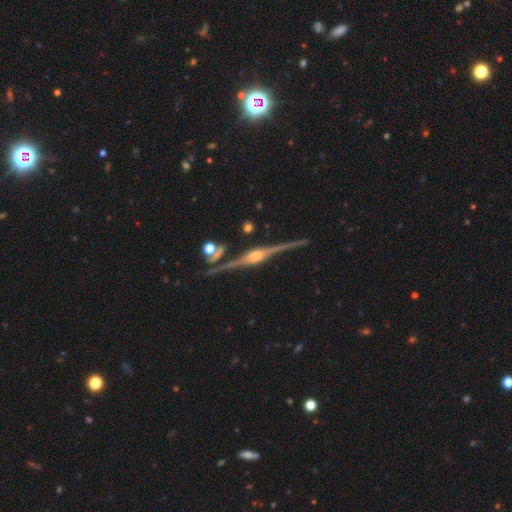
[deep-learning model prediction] A featured or disk galaxy (90%) viewed edge-on (98%) with a rounded central bulge (87%). Merging: none (87%).